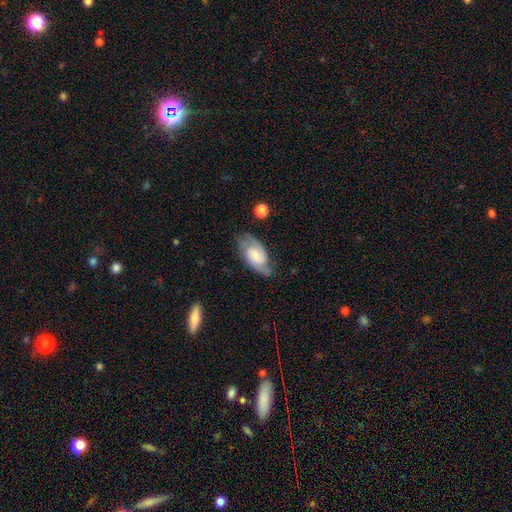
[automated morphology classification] The model was most divided on "bulge size" (2-way tie): small: 36%, moderate: 36%, large: 14%, none: 11%, dominant: 2%. Remaining: edge-on disk — no (94%); spiral arms — yes (91%); spiral arm count — 2 (79%); merging — none (70%); smooth or featured — featured or disk (65%); bar — no (59%); spiral winding — medium (47%).